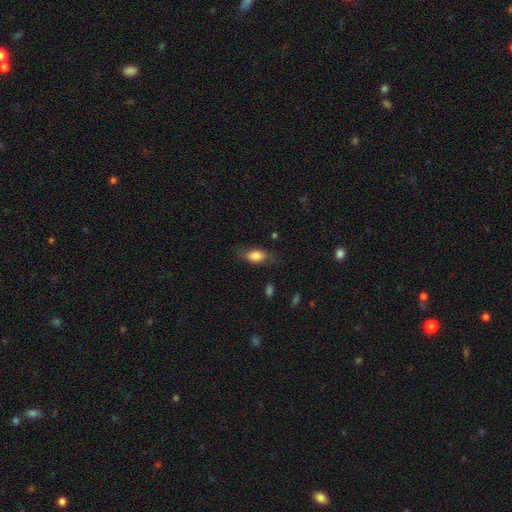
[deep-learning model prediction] smooth_or_featured: smooth (p=0.79) [alt: featured or disk p=0.13]
how_rounded: in between (p=0.85) [alt: round p=0.09]
merging: none (p=0.68) [alt: minor disturbance p=0.23]